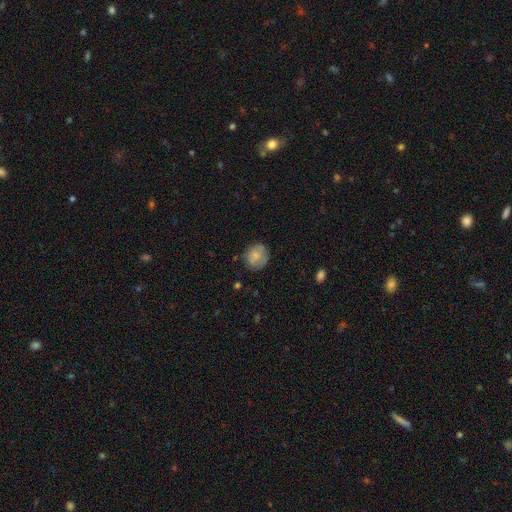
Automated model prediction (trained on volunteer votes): Smooth or featured: smooth — 73% (featured or disk — 18%)
How rounded: round — 70% (in between — 29%)
Merging: none — 72% (minor disturbance — 21%)